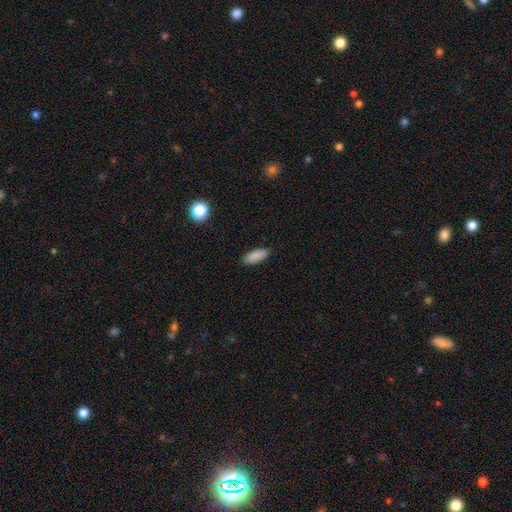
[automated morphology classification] smooth-or-featured: smooth: 88% | star or artifact: 7% | featured or disk: 4%
  how-rounded: in between: 79% | cigar-shaped: 19% | round: 2%
  merging: none: 87% | minor disturbance: 10% | major disturbance: 2% | merger: 1%